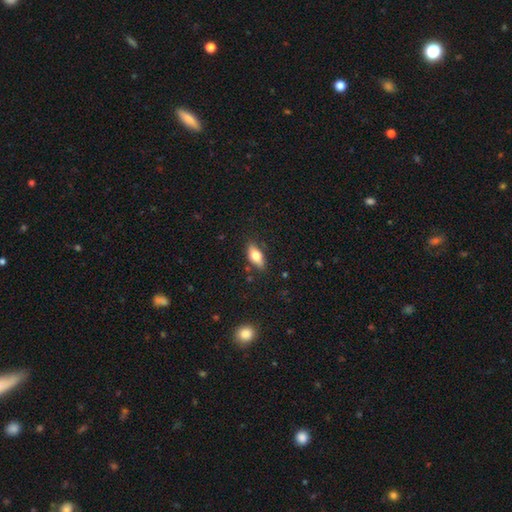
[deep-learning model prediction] This appears to be a smooth galaxy with no disk features (73%) that is in between round and cigar-shaped (84%). Merging: none (79%).